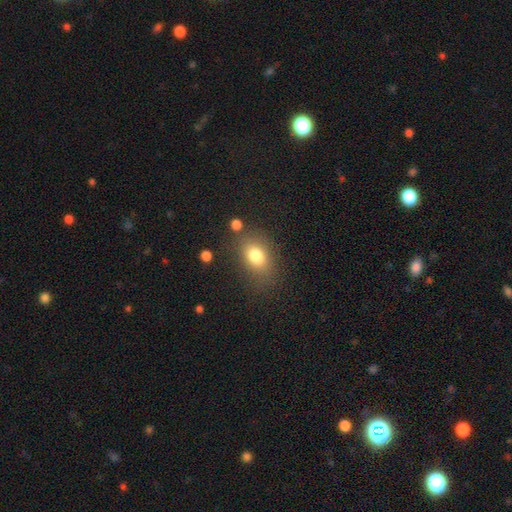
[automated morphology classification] type=smooth (79%); roundness=in between (74%); merging=none (74%).